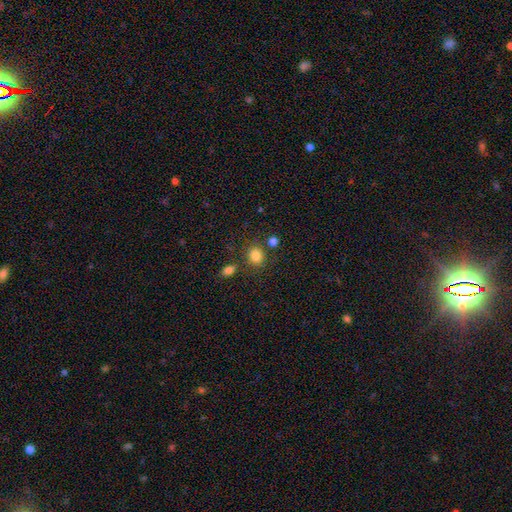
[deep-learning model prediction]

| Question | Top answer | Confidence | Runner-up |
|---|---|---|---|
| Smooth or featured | smooth | 84% | star or artifact (11%) |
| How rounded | round | 67% | in between (32%) |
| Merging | none | 76% | minor disturbance (11%) |